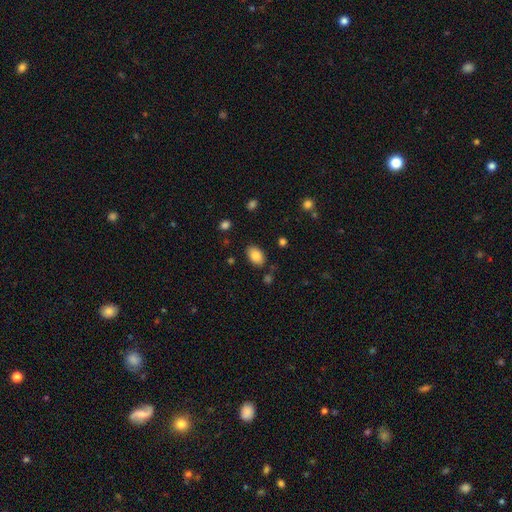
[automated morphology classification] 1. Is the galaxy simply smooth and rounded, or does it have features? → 84% smooth, 8% star or artifact, 8% featured or disk.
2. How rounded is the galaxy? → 89% in between, 10% round, 1% cigar-shaped.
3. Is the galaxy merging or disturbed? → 82% none, 13% minor disturbance, 3% major disturbance, 3% merger.